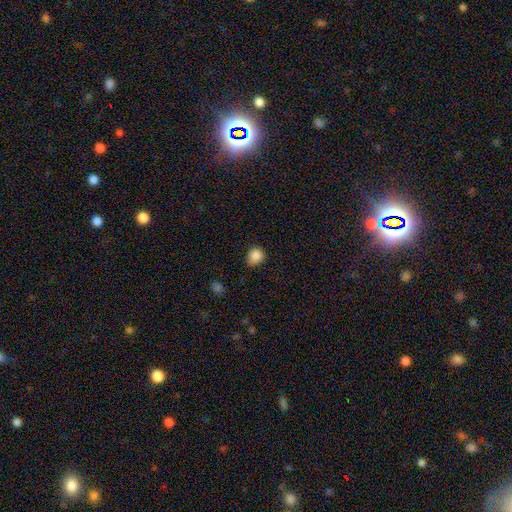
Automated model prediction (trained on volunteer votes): Smooth or featured? smooth (86%)
How rounded? round (78%)
Merging? none (70%)